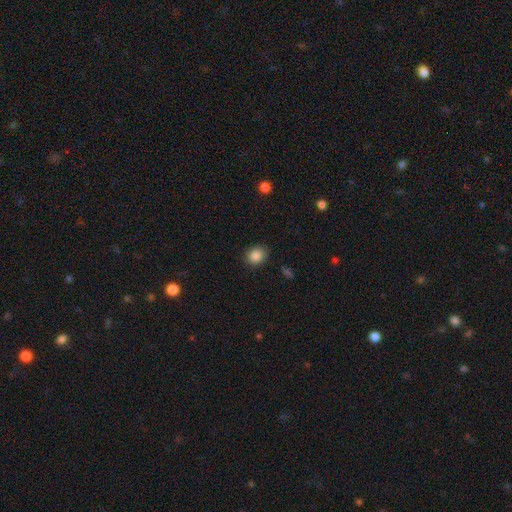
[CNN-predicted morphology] Overall: smooth (87%). How rounded: round (63%; in between 37%). Merging: none (86%).